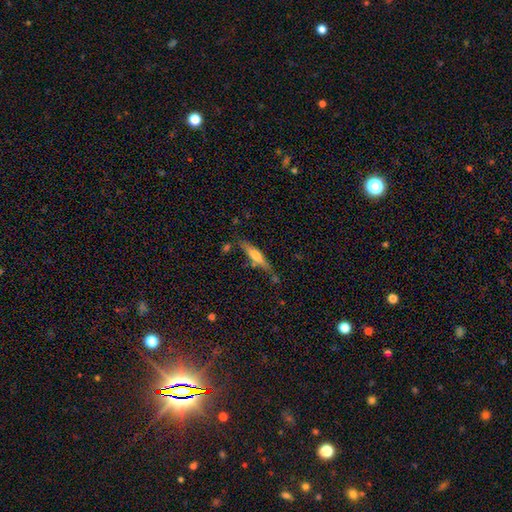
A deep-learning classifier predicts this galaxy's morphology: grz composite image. It shows a smooth galaxy with no disk features (48%). Merging: none (68%).